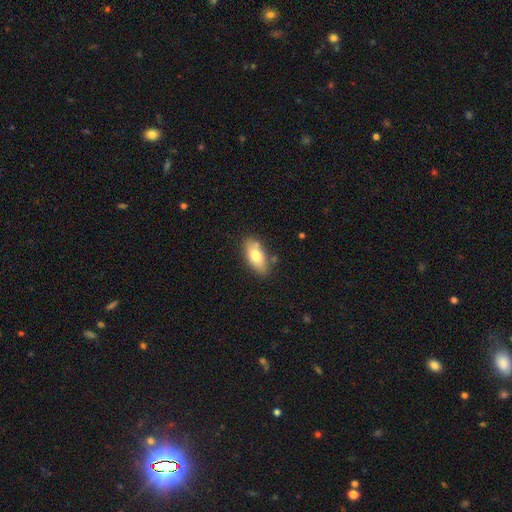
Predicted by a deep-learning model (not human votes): smooth 75%, featured or disk 19%, star or artifact 7%. Down the decision tree: how rounded — in between (89%); merging — none (75%).